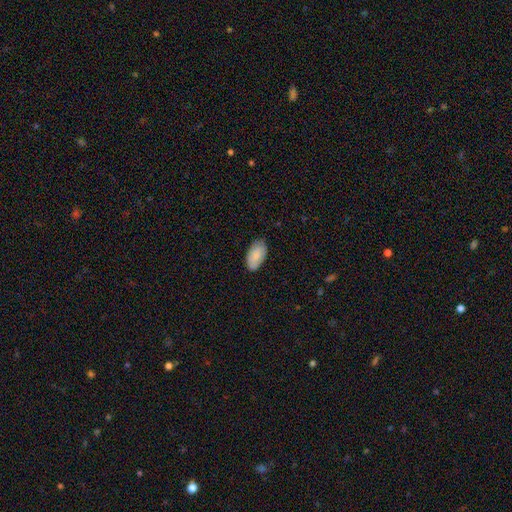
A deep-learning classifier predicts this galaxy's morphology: This is clearly a smooth galaxy (82%). How rounded: clearly in between (95%). Merging: likely none (79%).